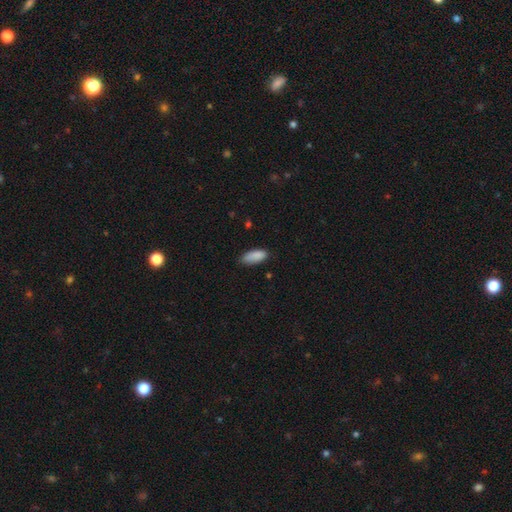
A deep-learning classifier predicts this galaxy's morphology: A smooth galaxy with no disk features (88%) that is in between round and cigar-shaped (84%).

Vote fractions:
- Smooth or featured? smooth: 88% / star or artifact: 7% / featured or disk: 5%
- How rounded? in between: 84% / cigar-shaped: 14% / round: 2%
- Merging? none: 74% / minor disturbance: 21% / major disturbance: 3% / merger: 1%